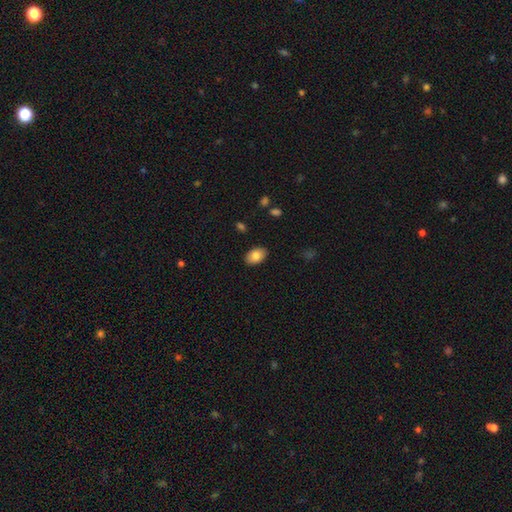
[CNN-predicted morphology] Smooth or featured?
  - smooth: 82% *
  - featured or disk: 11%
  - star or artifact: 7%
How rounded?
  - in between: 89% *
  - round: 10%
  - cigar-shaped: 1%
Merging?
  - none: 88% *
  - minor disturbance: 9%
  - major disturbance: 2%
  - merger: 1%